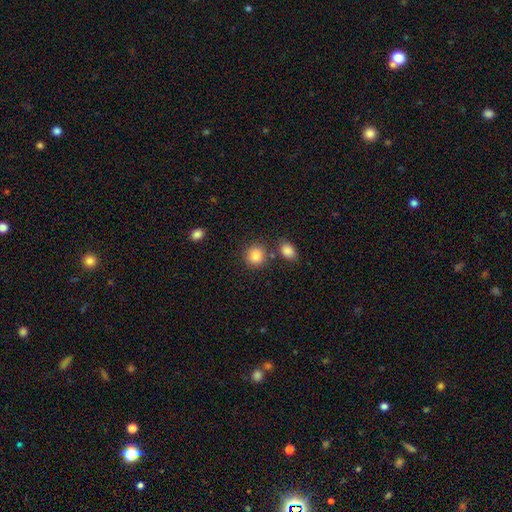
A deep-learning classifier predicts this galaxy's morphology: type=smooth (86%); roundness=round (83%); merging=none (76%).